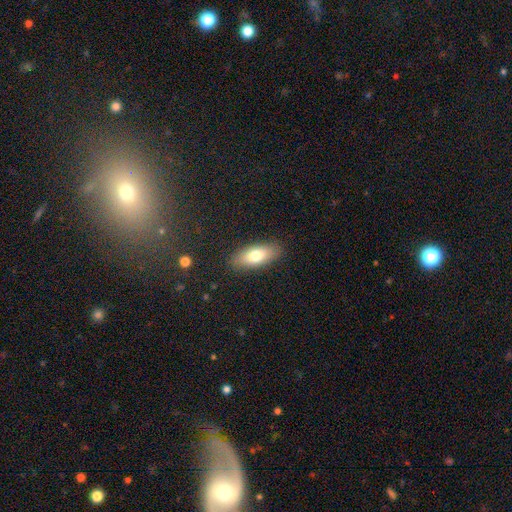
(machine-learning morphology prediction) The model was most divided on "smooth or featured": smooth: 75%, featured or disk: 18%, star or artifact: 7%. More confident: merging — none (87%); how rounded — in between (81%).